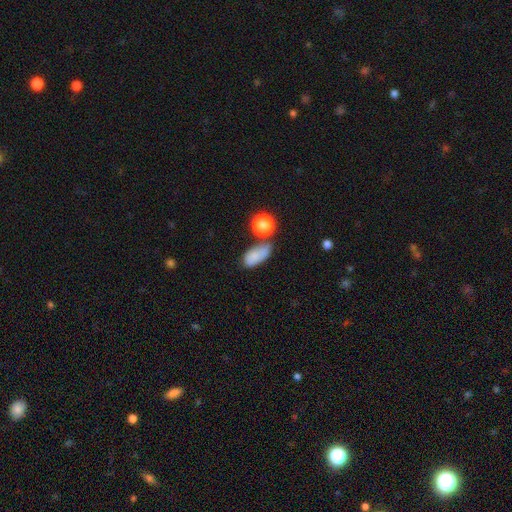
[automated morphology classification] This appears to be a smooth galaxy with no disk features (77%) that is in between round and cigar-shaped (84%). Merging: none (45%).